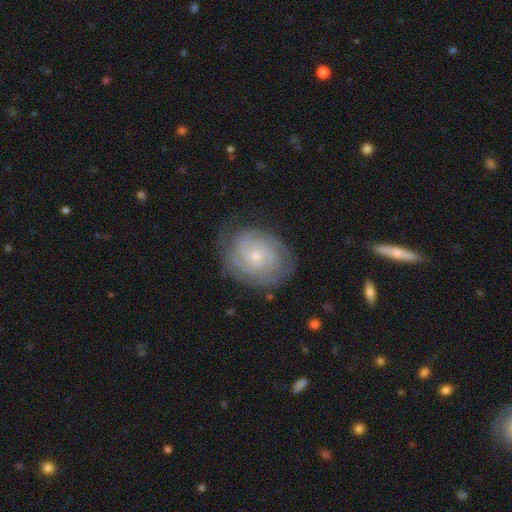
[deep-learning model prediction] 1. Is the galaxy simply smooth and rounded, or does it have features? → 79% featured or disk, 14% smooth, 7% star or artifact.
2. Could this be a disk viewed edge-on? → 97% no, 3% yes.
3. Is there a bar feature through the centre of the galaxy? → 77% no, 20% weak, 3% strong.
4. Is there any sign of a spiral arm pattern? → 95% yes, 5% no.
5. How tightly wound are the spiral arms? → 77% tight, 19% medium, 4% loose.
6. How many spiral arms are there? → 38% can't tell, 19% 2, 17% 3, 13% 4, 7% more than 4, 6% 1.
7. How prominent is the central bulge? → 80% small, 15% moderate, 2% none, 1% large, 1% dominant.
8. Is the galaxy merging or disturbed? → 76% none, 17% minor disturbance, 6% major disturbance, 1% merger.